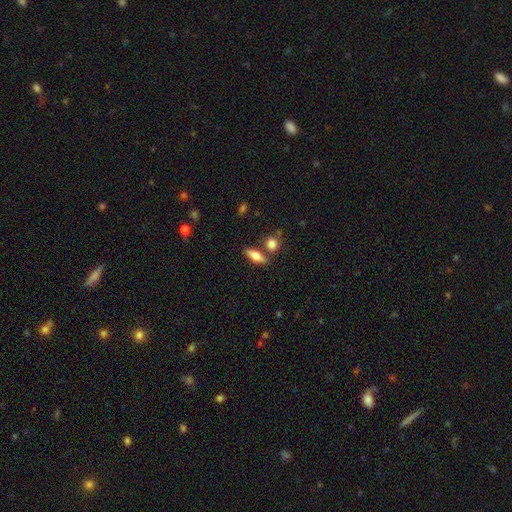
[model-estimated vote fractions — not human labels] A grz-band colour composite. It shows a smooth galaxy with no disk features (64%) that is in between round and cigar-shaped (59%). Merging: none (73%).